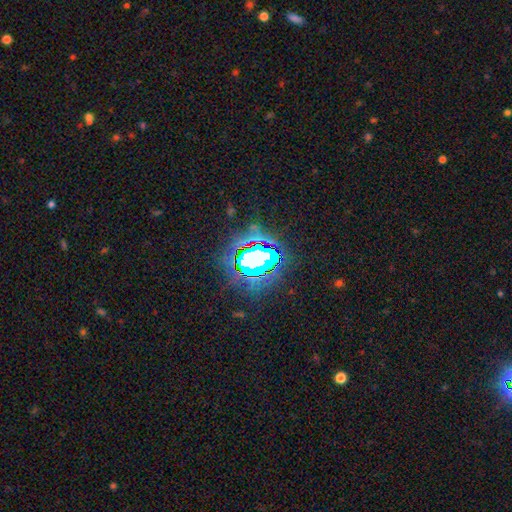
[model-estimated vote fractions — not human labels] star or artifact 70%, smooth 17%, featured or disk 13%.